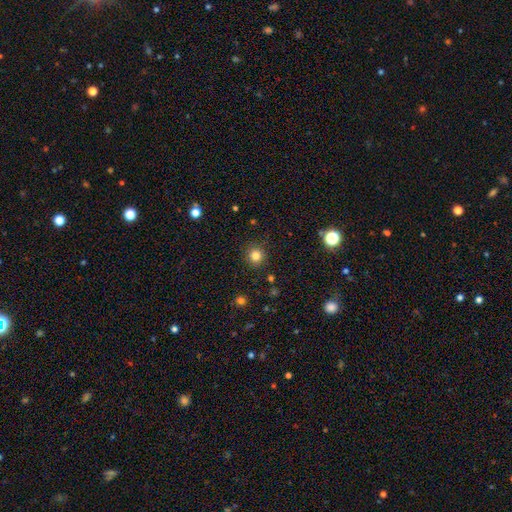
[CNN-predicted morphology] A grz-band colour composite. It shows a smooth galaxy with no disk features (82%) that is round (93%). Merging: none (90%).